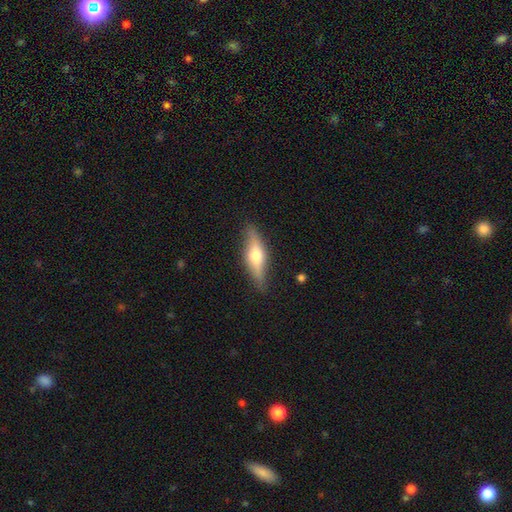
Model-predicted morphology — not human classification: A featured or disk galaxy (50%) viewed edge-on (88%). Merging: none (84%).